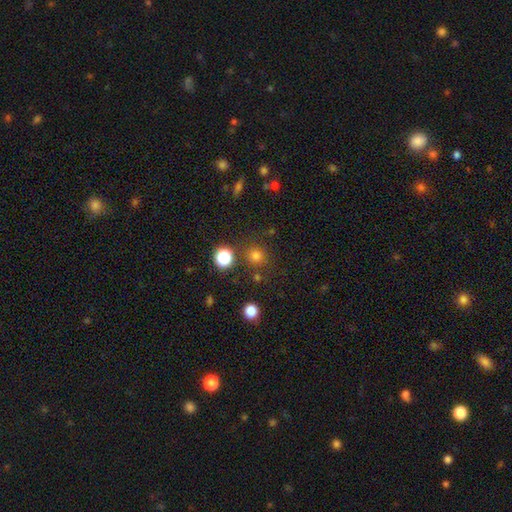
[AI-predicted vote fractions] Q: Smooth or featured?
A: smooth (76%); runner-up: star or artifact (19%)
Q: How rounded?
A: round (93%); runner-up: in between (6%)
Q: Merging?
A: none (84%); runner-up: minor disturbance (8%)